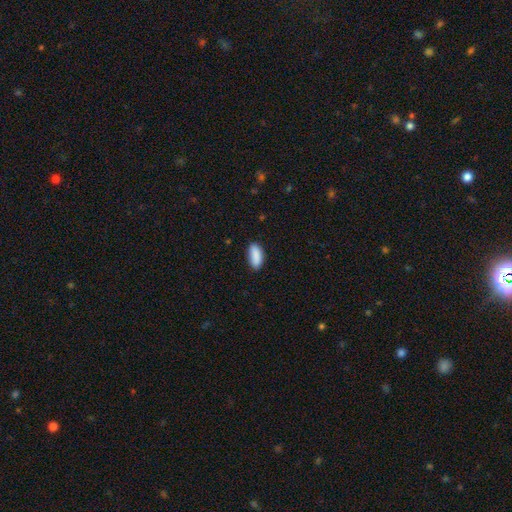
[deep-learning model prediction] A smooth galaxy with no disk features (89%) that is in between round and cigar-shaped (86%). Merging: none (82%).